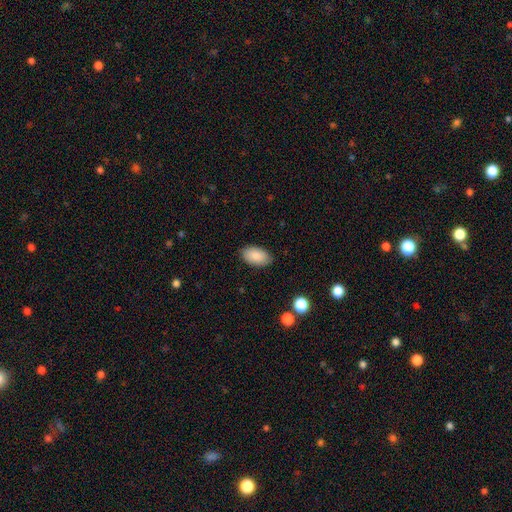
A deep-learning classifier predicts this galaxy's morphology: smooth 87%, featured or disk 7%, star or artifact 6%. Down the decision tree: how rounded — in between (94%); merging — none (86%).